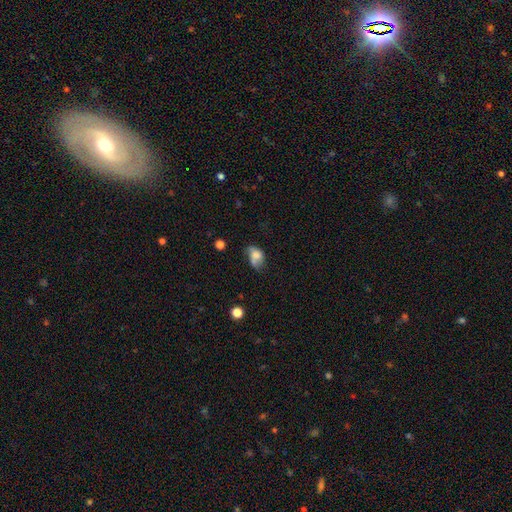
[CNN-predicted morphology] A smooth galaxy with no disk features (65%) that is in between round and cigar-shaped (78%).

Vote fractions:
- Smooth or featured? smooth: 65% / featured or disk: 24% / star or artifact: 11%
- How rounded? in between: 78% / round: 20% / cigar-shaped: 2%
- Merging? minor disturbance: 31% / none: 30% / major disturbance: 23% / merger: 16%